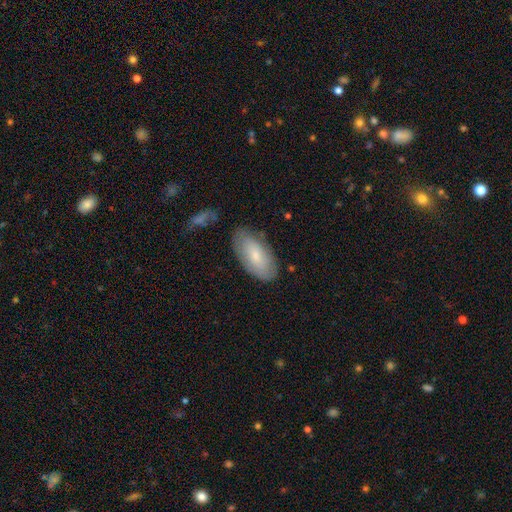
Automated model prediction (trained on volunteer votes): This is likely a smooth galaxy (72%). How rounded: clearly in between (92%). Merging: likely none (76%).